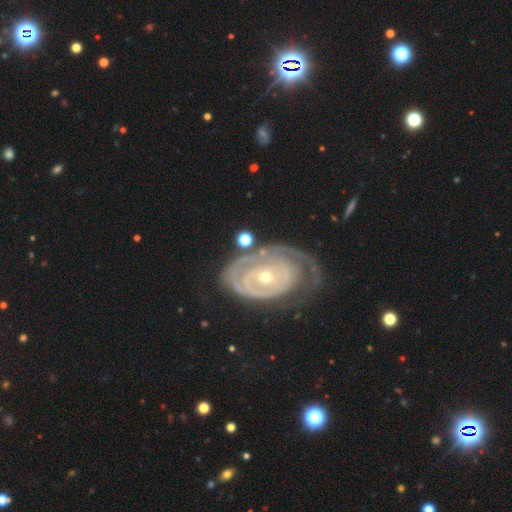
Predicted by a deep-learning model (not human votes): Q: Smooth or featured?
A: featured or disk (85%); runner-up: smooth (8%)
Q: Edge-on disk?
A: no (96%); runner-up: yes (4%)
Q: Bar?
A: no (73%); runner-up: weak (19%)
Q: Spiral arms?
A: yes (88%); runner-up: no (12%)
Q: Spiral winding?
A: tight (80%); runner-up: medium (15%)
Q: Spiral arm count?
A: 2 (34%); runner-up: can't tell (33%)
Q: Bulge size?
A: small (65%); runner-up: moderate (31%)
Q: Merging?
A: none (58%); runner-up: minor disturbance (22%)